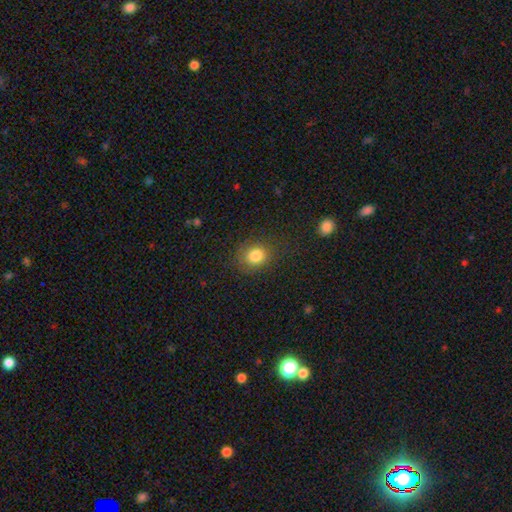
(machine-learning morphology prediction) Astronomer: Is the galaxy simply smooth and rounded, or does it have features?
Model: smooth — 83%.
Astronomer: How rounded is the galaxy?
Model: round — 70%.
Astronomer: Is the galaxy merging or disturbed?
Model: none — 80%.